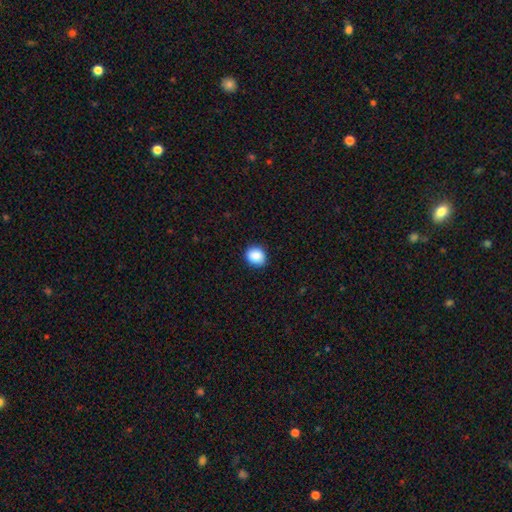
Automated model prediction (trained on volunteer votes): Smooth or featured? Predicted: smooth (p=0.88). How rounded? Predicted: round (p=0.72). Merging? Predicted: none (p=0.88).